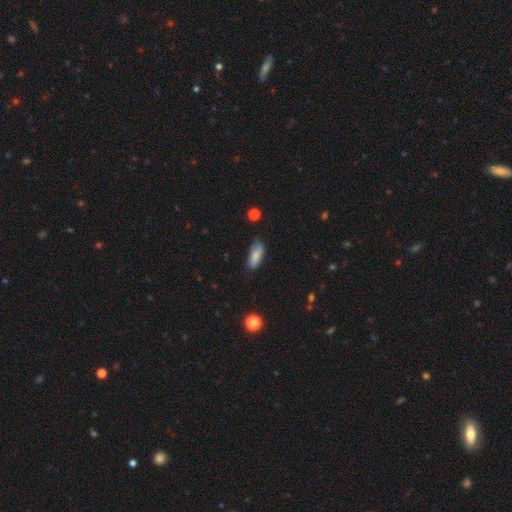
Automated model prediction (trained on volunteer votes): A smooth galaxy with no disk features (79%) that is in between round and cigar-shaped (80%). Merging: none (72%).